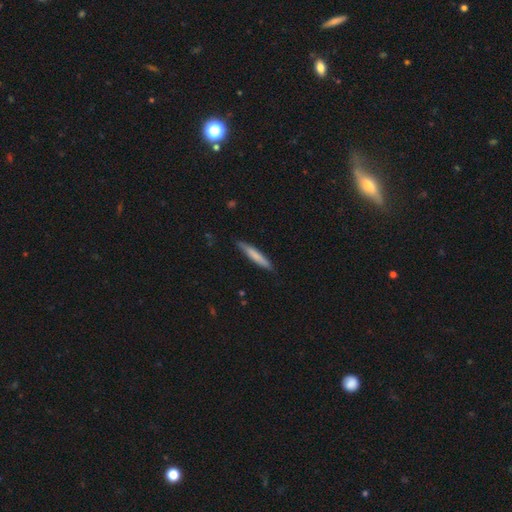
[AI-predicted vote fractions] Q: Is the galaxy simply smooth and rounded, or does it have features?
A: smooth — 72%.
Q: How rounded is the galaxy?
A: cigar-shaped — 94%.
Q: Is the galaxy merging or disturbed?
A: none — 84%.